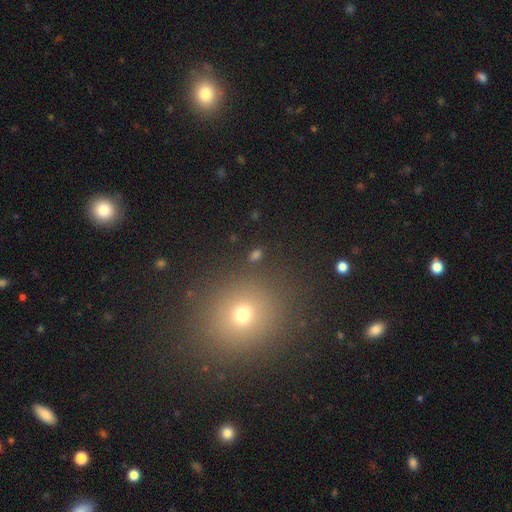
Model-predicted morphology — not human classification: A smooth galaxy with no disk features (59%) that is round (74%). Merging: none (84%).